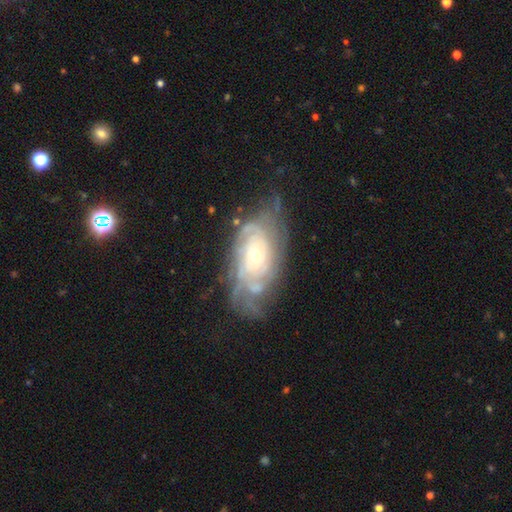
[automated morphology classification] Smooth or featured: featured or disk — 84% (smooth — 10%)
Edge-on disk: no — 95% (yes — 5%)
Bar: no — 79% (weak — 16%)
Spiral arms: yes — 92% (no — 8%)
Spiral winding: tight — 71% (medium — 22%)
Spiral arm count: can't tell — 44% (4 — 16%)
Bulge size: small — 62% (moderate — 33%)
Merging: none — 59% (minor disturbance — 24%)